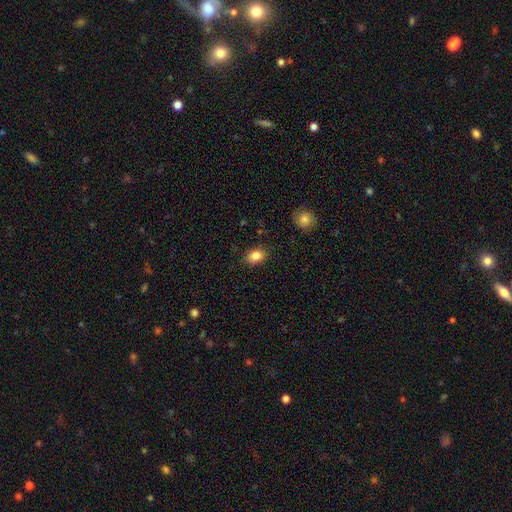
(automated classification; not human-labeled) This appears to be a smooth galaxy with no disk features (84%) that is in between round and cigar-shaped (71%). Merging: none (86%).